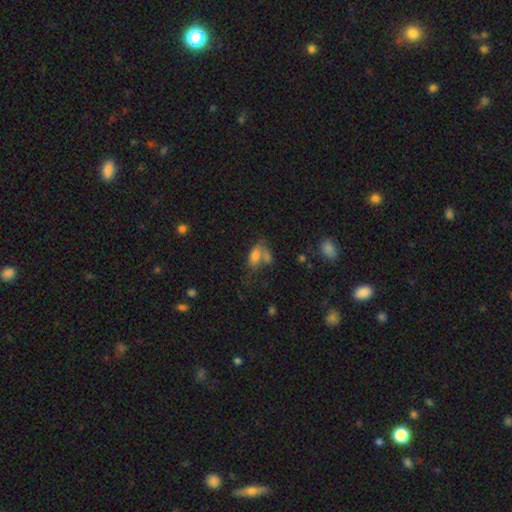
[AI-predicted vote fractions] The model was most divided on "merging": merger: 38%, none: 32%, minor disturbance: 17%, major disturbance: 13%. More confident: how rounded — in between (87%); smooth or featured — smooth (74%).